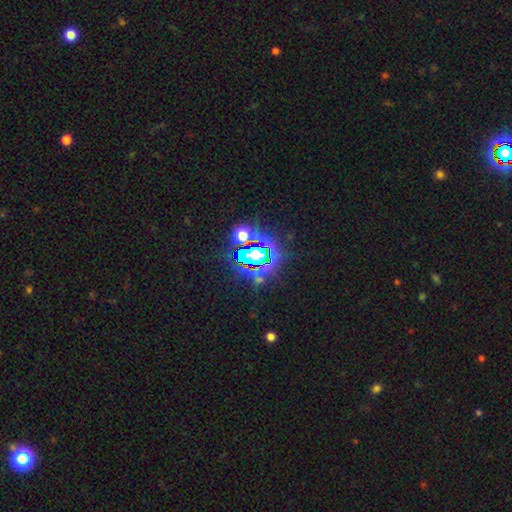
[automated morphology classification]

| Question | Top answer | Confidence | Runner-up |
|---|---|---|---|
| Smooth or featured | star or artifact | 72% | smooth (17%) |